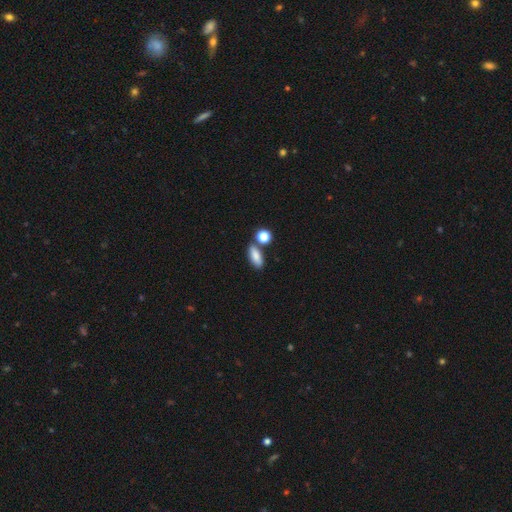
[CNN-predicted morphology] A smooth galaxy with no disk features (84%) that is in between round and cigar-shaped (76%). Merging: none (69%).